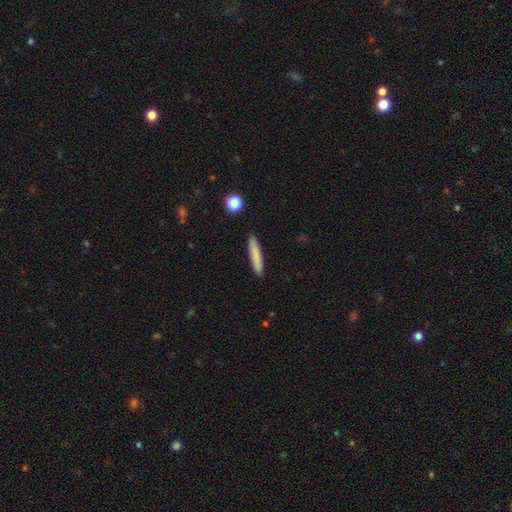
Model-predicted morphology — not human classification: A smooth galaxy with no disk features (79%) that is cigar-shaped (93%). Merging: none (90%).